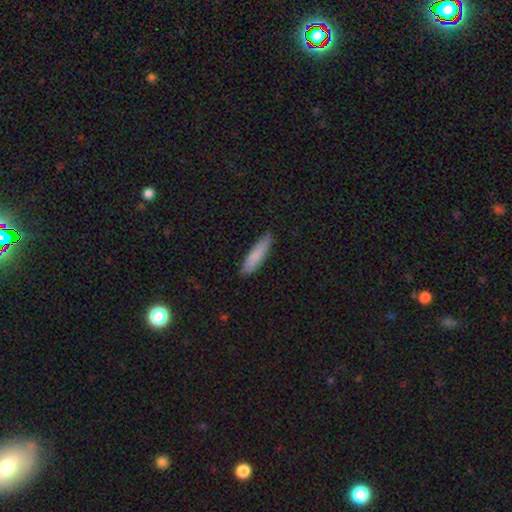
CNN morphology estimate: The model was most divided on "how rounded": cigar-shaped: 81%, in between: 18%, round: 1%. More confident: merging — none (86%); smooth or featured — smooth (83%).